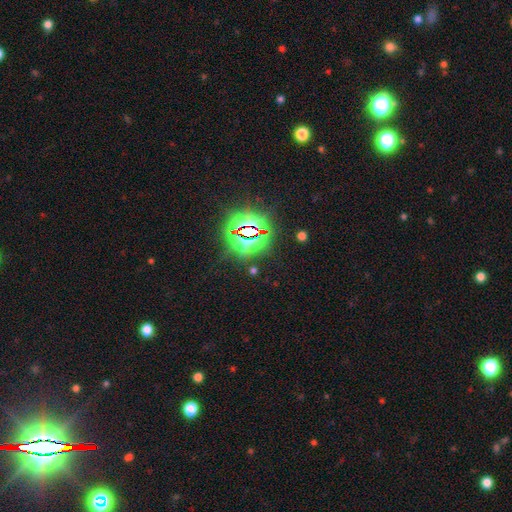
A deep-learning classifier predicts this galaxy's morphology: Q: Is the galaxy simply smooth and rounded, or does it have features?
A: star or artifact — 84%.